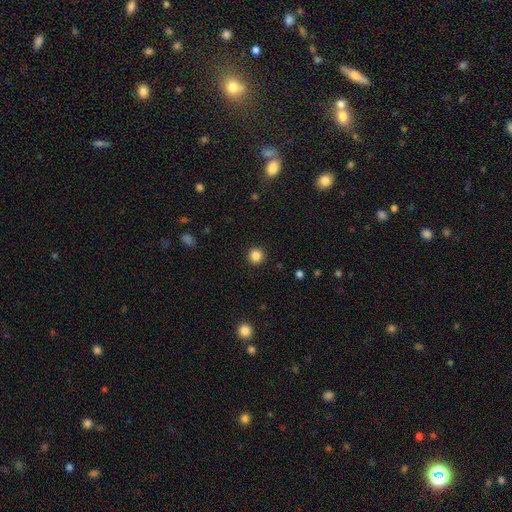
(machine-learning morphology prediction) Smooth or featured: smooth — 85% (star or artifact — 11%)
How rounded: round — 94% (in between — 5%)
Merging: none — 92% (minor disturbance — 5%)